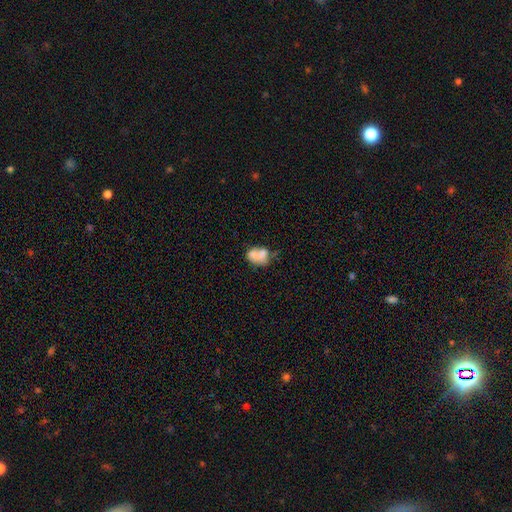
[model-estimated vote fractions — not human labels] smooth-or-featured: smooth: 66% | featured or disk: 24% | star or artifact: 10%
  how-rounded: in between: 78% | round: 20% | cigar-shaped: 2%
  merging: merger: 30% | none: 29% | minor disturbance: 25% | major disturbance: 16%